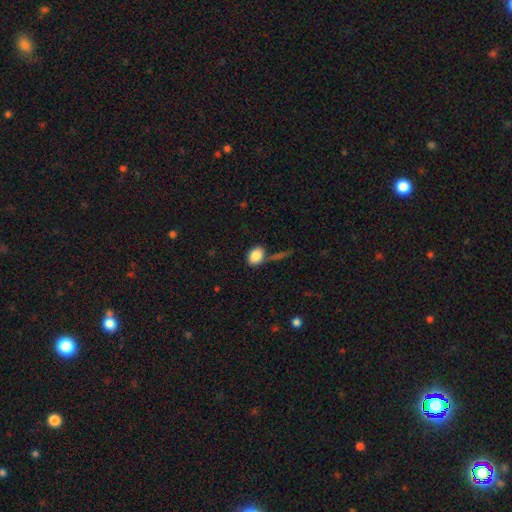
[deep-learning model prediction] Q: Smooth or featured?
A: smooth (85%); runner-up: star or artifact (8%)
Q: How rounded?
A: in between (74%); runner-up: round (25%)
Q: Merging?
A: none (63%); runner-up: minor disturbance (17%)